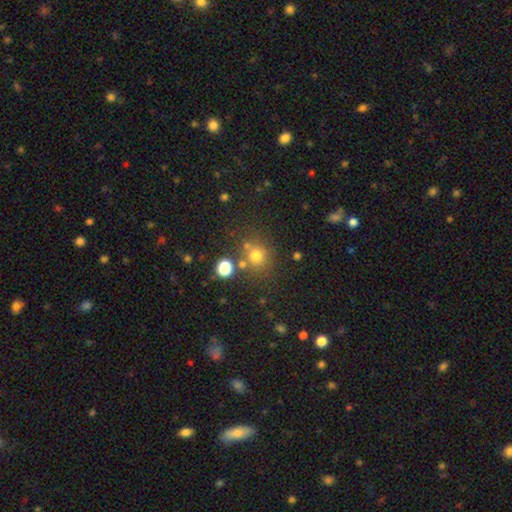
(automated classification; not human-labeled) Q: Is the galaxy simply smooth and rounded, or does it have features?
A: smooth — 73%.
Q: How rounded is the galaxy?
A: round — 85%.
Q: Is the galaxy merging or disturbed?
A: none — 71%.